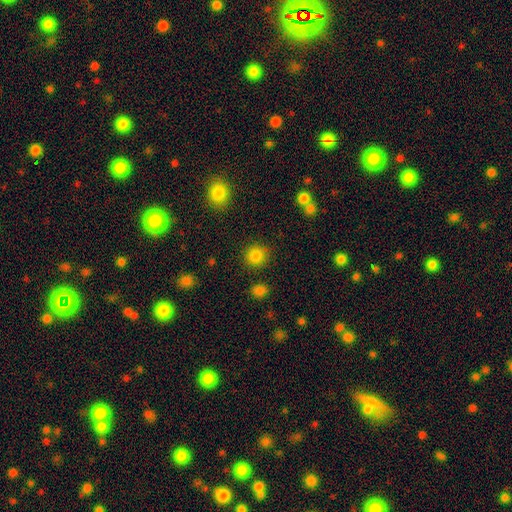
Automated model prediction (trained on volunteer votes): smooth_or_featured: smooth (p=0.85) [alt: star or artifact p=0.11]
how_rounded: round (p=0.89) [alt: in between p=0.10]
merging: none (p=0.87) [alt: minor disturbance p=0.08]